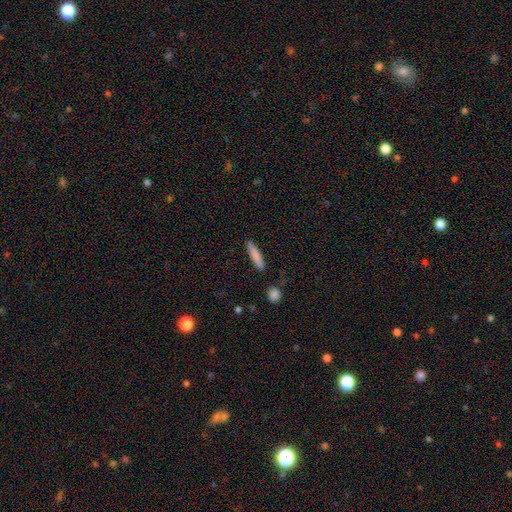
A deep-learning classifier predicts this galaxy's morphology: The model was most divided on "smooth or featured": smooth: 78%, featured or disk: 16%, star or artifact: 6%. More confident: how rounded — cigar-shaped (89%); merging — none (86%).